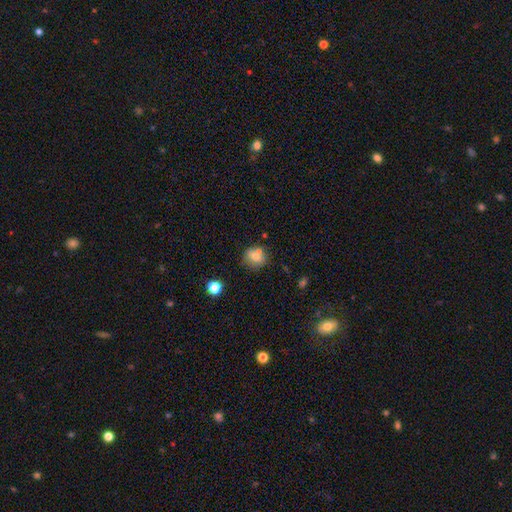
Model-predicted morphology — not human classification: A smooth galaxy with no disk features (71%) that is round (76%). Merging: none (66%).